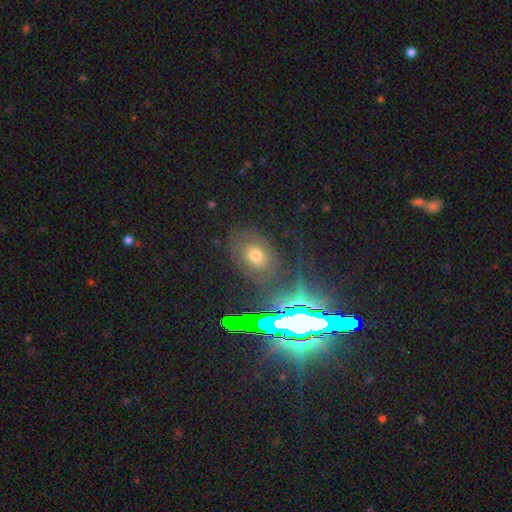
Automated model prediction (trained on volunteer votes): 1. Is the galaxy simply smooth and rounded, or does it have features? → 44% smooth, 31% featured or disk, 25% star or artifact.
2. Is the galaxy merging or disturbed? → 73% none, 15% minor disturbance, 9% major disturbance, 3% merger.